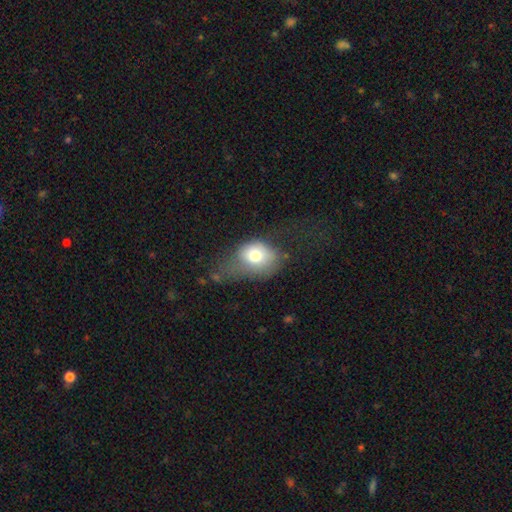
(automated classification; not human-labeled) This is likely a smooth galaxy (74%). How rounded: likely in between (60%). Merging: marginally major disturbance (37%).